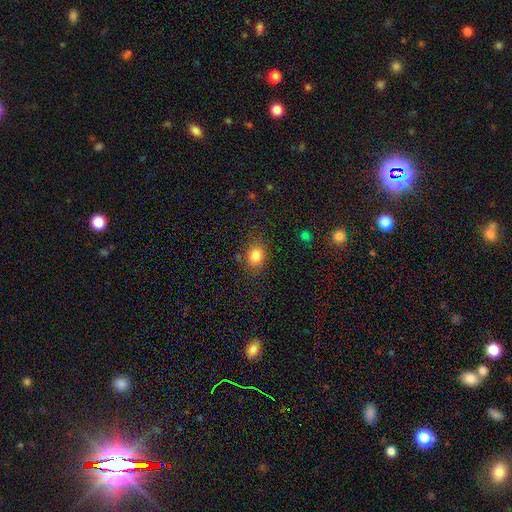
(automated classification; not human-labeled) This is clearly a smooth galaxy (82%). How rounded: possibly round (52%). Merging: likely none (79%).